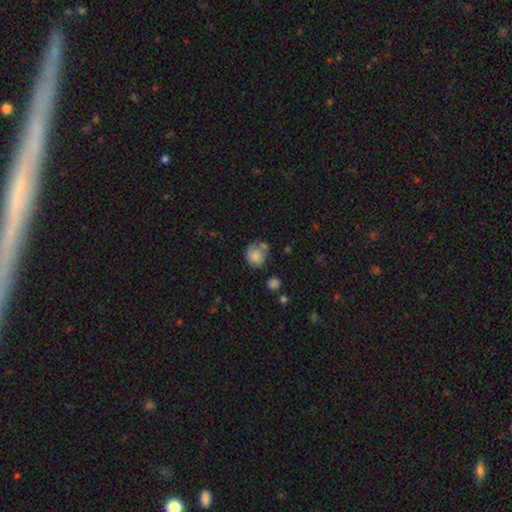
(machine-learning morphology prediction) Smooth or featured?
  - smooth: 71% *
  - featured or disk: 20%
  - star or artifact: 9%
How rounded?
  - round: 73% *
  - in between: 26%
  - cigar-shaped: 1%
Merging?
  - none: 43% *
  - minor disturbance: 26%
  - merger: 16%
  - major disturbance: 15%